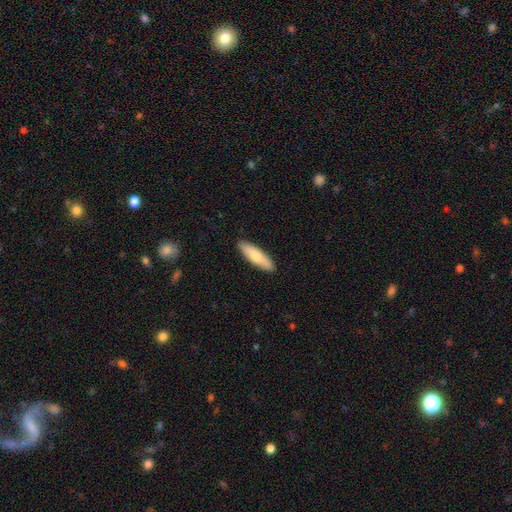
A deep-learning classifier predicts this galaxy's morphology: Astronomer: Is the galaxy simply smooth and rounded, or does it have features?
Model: smooth — 68%.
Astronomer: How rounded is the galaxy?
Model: cigar-shaped — 66%.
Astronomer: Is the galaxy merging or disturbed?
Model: none — 89%.